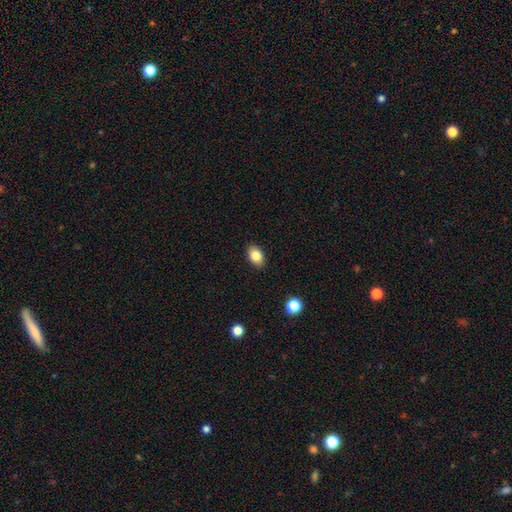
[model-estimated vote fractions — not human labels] Q: Smooth or featured?
A: smooth (84%); runner-up: star or artifact (8%)
Q: How rounded?
A: in between (86%); runner-up: round (13%)
Q: Merging?
A: none (88%); runner-up: minor disturbance (8%)